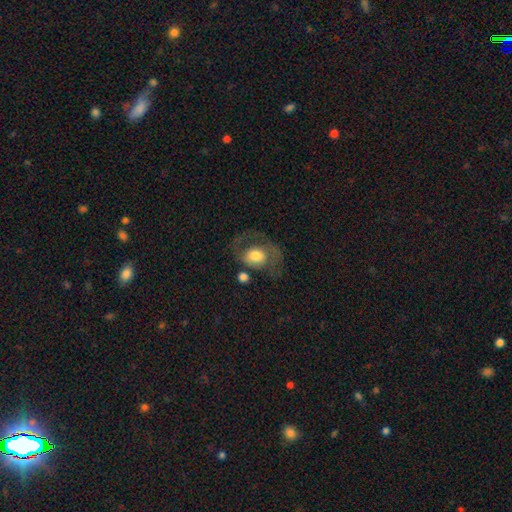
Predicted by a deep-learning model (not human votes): smooth_or_featured: smooth (p=0.59) [alt: featured or disk p=0.33]
how_rounded: in between (p=0.56) [alt: round p=0.43]
merging: none (p=0.40) [alt: major disturbance p=0.30]